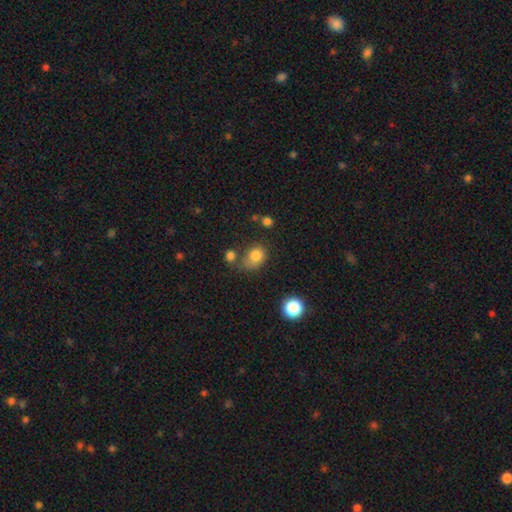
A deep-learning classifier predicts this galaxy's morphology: A smooth galaxy with no disk features (80%) that is in between round and cigar-shaped (52%).

Vote fractions:
- Smooth or featured? smooth: 80% / star or artifact: 11% / featured or disk: 8%
- How rounded? in between: 52% / round: 47% / cigar-shaped: 1%
- Merging? none: 46% / minor disturbance: 24% / merger: 17% / major disturbance: 14%